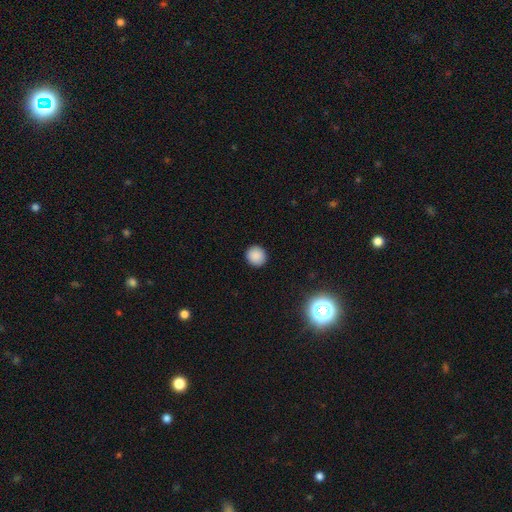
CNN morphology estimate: type=smooth (87%); roundness=round (92%); merging=none (92%).